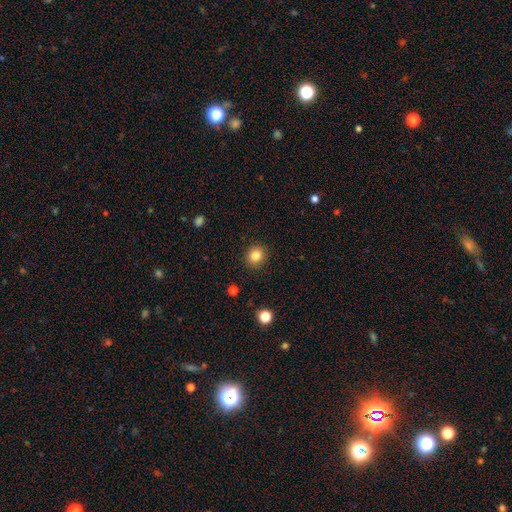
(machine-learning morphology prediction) The model was most divided on "how rounded": round: 83%, in between: 16%, cigar-shaped: 1%. More confident: merging — none (90%); smooth or featured — smooth (84%).